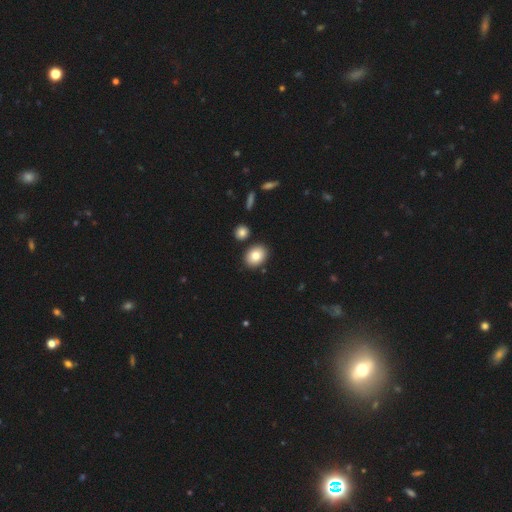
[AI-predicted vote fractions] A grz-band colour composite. It shows a smooth galaxy with no disk features (81%) that is in between round and cigar-shaped (62%). Merging: none (84%).